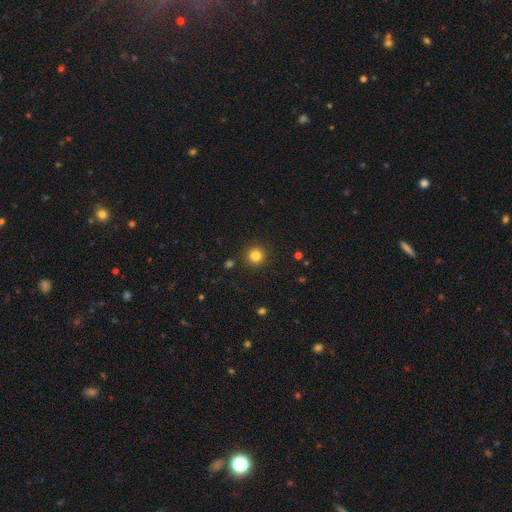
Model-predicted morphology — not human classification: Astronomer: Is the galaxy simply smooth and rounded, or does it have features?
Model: smooth — 83%.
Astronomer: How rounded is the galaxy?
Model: round — 95%.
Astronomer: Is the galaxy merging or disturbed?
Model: none — 91%.